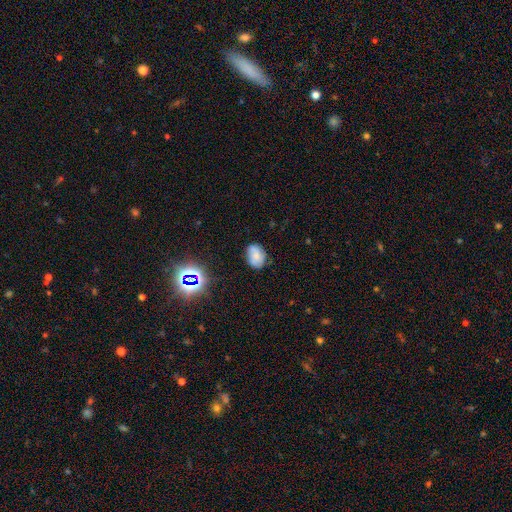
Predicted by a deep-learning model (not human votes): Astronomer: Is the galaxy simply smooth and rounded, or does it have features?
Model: smooth — 67%.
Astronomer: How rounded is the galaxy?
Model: in between — 76%.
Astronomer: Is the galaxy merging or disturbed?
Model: none — 73%.